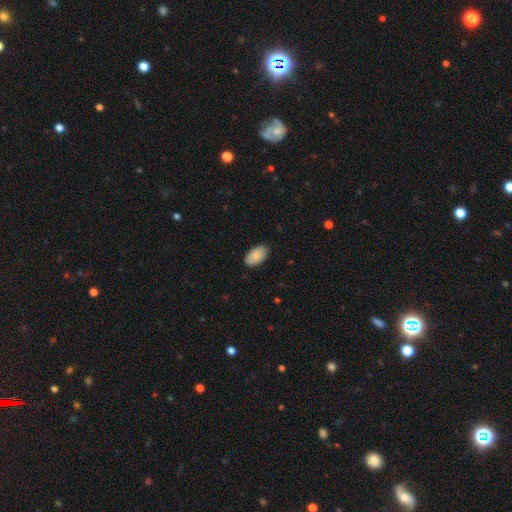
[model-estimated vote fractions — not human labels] A smooth galaxy with no disk features (88%) that is in between round and cigar-shaped (95%). Merging: none (87%).